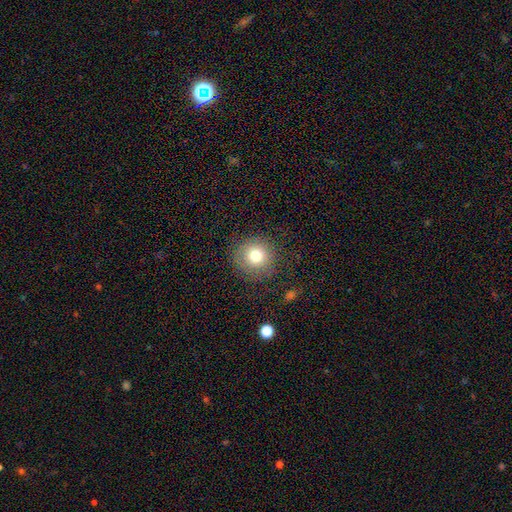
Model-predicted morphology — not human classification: Smooth or featured: smooth — 75% (star or artifact — 12%)
How rounded: round — 93% (in between — 6%)
Merging: none — 83% (minor disturbance — 10%)